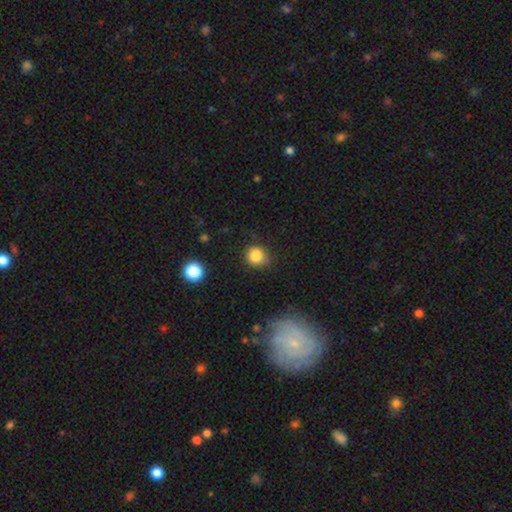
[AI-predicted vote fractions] Morphology: type=smooth (83%); roundness=round (69%); merging=none (64%).